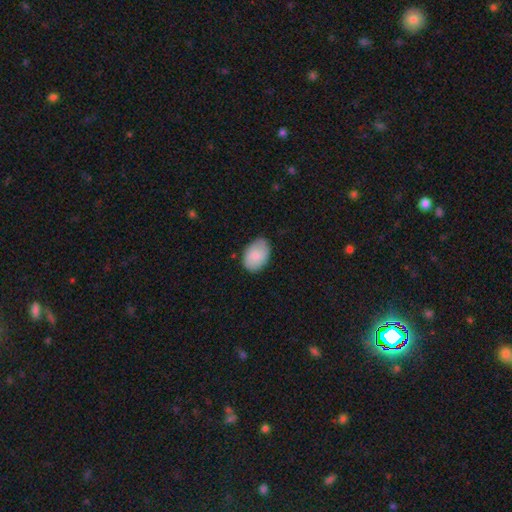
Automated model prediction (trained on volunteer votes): A smooth galaxy with no disk features (82%) that is in between round and cigar-shaped (85%).

Vote fractions:
- Smooth or featured? smooth: 82% / featured or disk: 12% / star or artifact: 6%
- How rounded? in between: 85% / round: 14% / cigar-shaped: 1%
- Merging? none: 73% / minor disturbance: 22% / major disturbance: 3% / merger: 1%